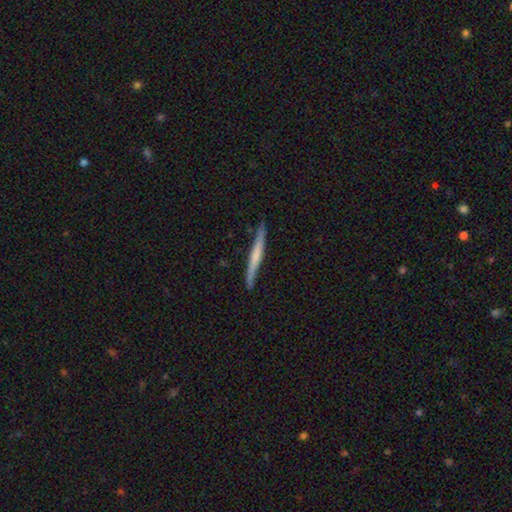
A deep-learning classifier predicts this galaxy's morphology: Smooth or featured? featured or disk (49%)
Merging? none (85%)